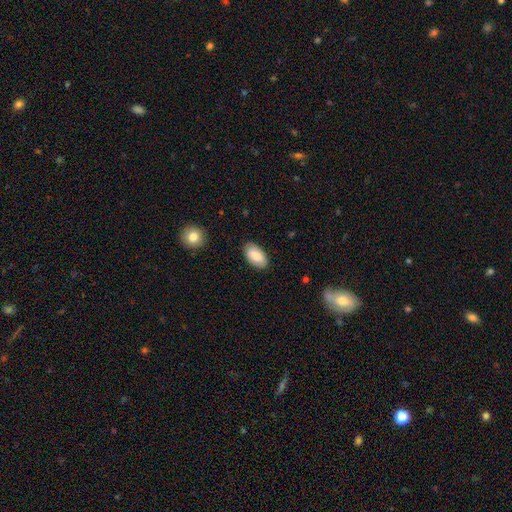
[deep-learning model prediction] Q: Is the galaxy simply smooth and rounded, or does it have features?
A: smooth — 83%.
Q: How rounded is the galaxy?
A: in between — 95%.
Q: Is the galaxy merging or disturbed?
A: none — 86%.